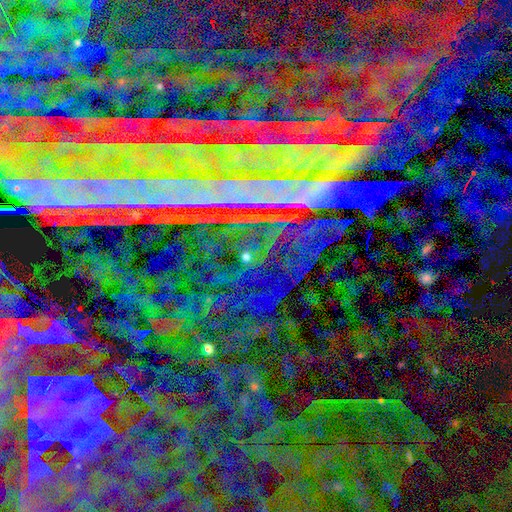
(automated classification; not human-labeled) smooth-or-featured: star or artifact: 89% | featured or disk: 6% | smooth: 5%